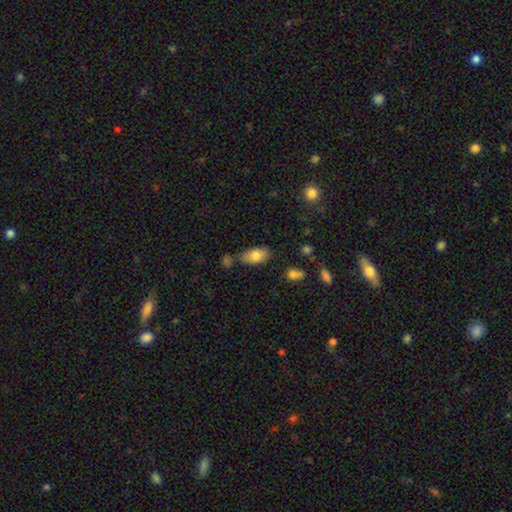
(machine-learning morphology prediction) Q: Smooth or featured?
A: smooth (80%); runner-up: featured or disk (13%)
Q: How rounded?
A: in between (92%); runner-up: cigar-shaped (4%)
Q: Merging?
A: none (70%); runner-up: minor disturbance (18%)